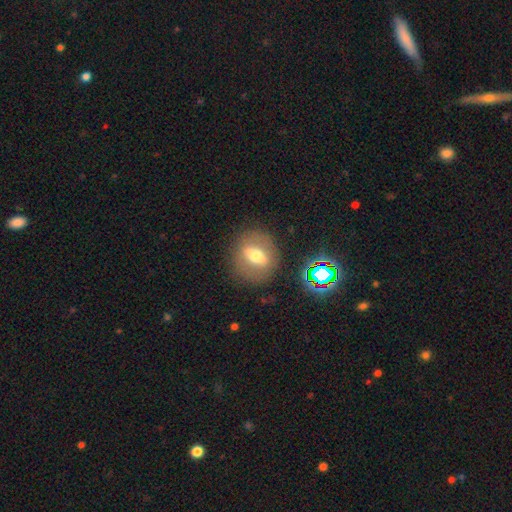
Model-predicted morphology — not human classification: The model was most divided on "smooth or featured": featured or disk: 45%, smooth: 42%, star or artifact: 13%. More confident: merging — none (84%).